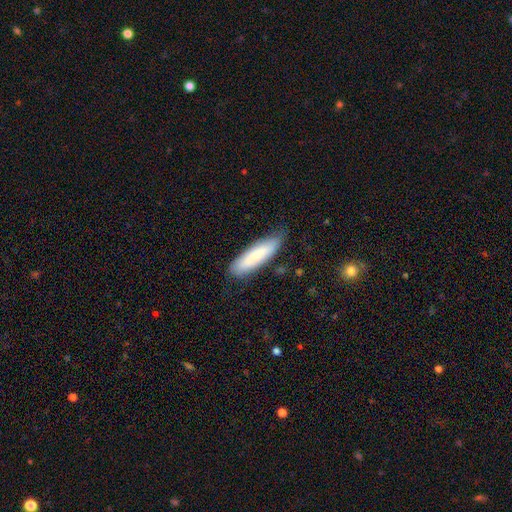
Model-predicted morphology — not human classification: A smooth galaxy with no disk features (79%) that is cigar-shaped (64%). Merging: none (76%).